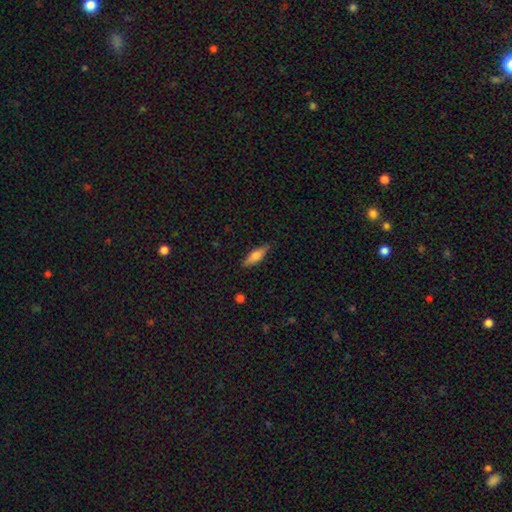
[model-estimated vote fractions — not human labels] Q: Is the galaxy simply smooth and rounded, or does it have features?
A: smooth — 58%.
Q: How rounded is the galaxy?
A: cigar-shaped — 51%.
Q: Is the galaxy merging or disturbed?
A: none — 84%.